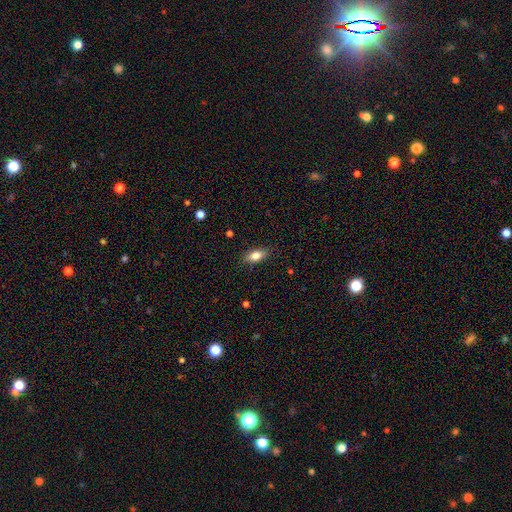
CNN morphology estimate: smooth-or-featured: smooth: 82% | featured or disk: 11% | star or artifact: 7%
  how-rounded: in between: 85% | cigar-shaped: 11% | round: 4%
  merging: none: 86% | minor disturbance: 10% | major disturbance: 2% | merger: 1%